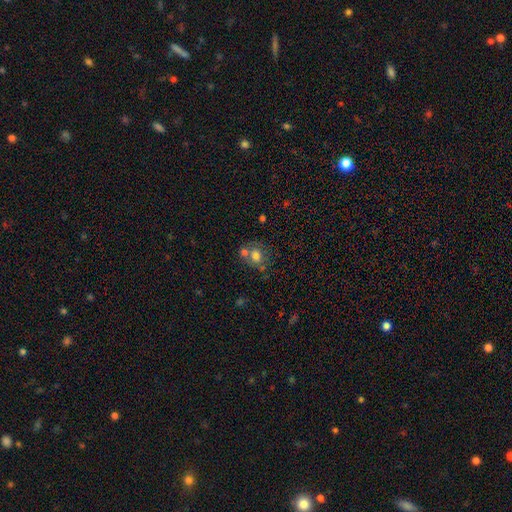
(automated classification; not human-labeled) Morphology: type=smooth (63%); roundness=round (68%); merging=none (42%).